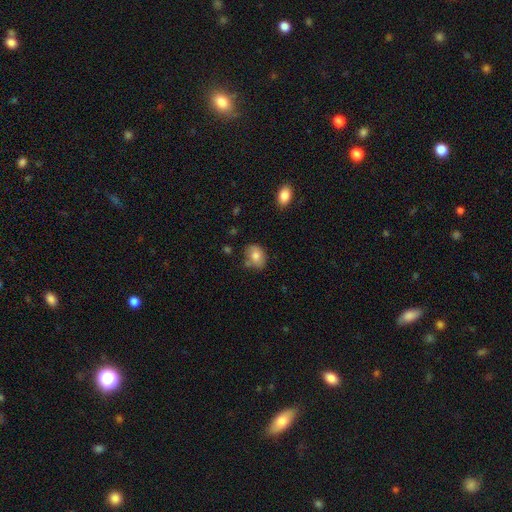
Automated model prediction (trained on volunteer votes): This is likely a smooth galaxy (76%). How rounded: likely in between (66%). Merging: likely none (69%).